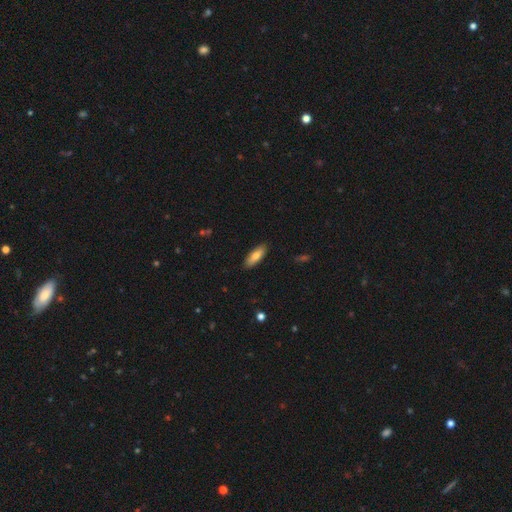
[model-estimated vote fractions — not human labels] Smooth or featured: smooth — 77% (featured or disk — 17%)
How rounded: in between — 61% (cigar-shaped — 37%)
Merging: none — 88% (minor disturbance — 9%)